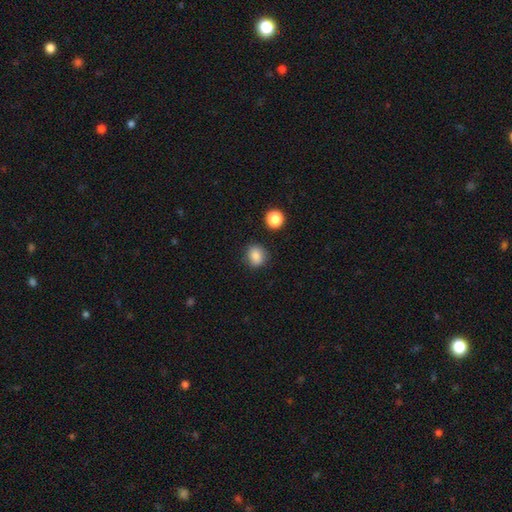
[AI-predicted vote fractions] Smooth or featured?
  - smooth: 85% *
  - star or artifact: 11%
  - featured or disk: 5%
How rounded?
  - round: 73% *
  - in between: 26%
  - cigar-shaped: 1%
Merging?
  - none: 83% *
  - minor disturbance: 12%
  - major disturbance: 3%
  - merger: 2%